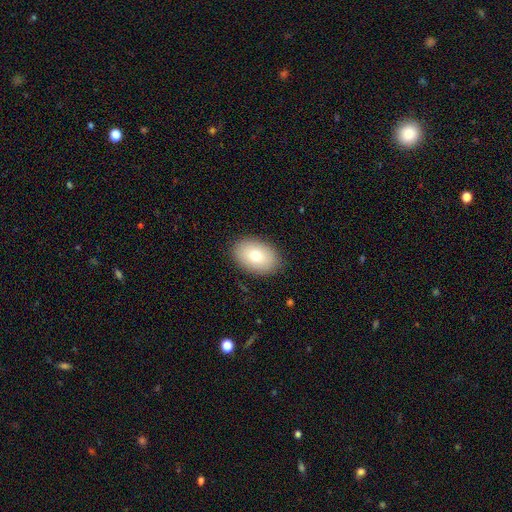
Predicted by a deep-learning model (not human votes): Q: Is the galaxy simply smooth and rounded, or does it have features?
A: smooth — 78%.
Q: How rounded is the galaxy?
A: in between — 86%.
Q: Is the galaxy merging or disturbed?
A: none — 87%.